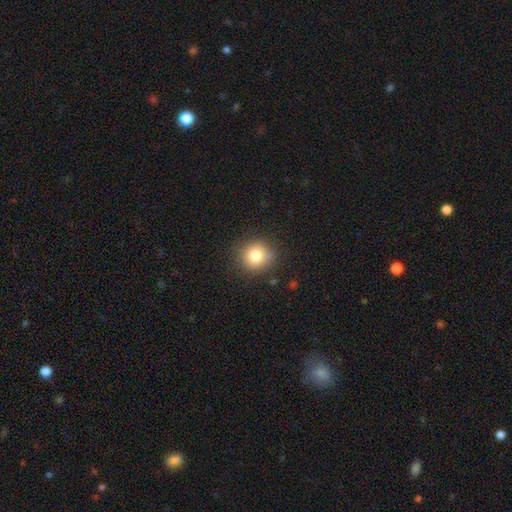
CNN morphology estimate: Smooth or featured?
  - smooth: 81% *
  - star or artifact: 11%
  - featured or disk: 8%
How rounded?
  - round: 88% *
  - in between: 11%
  - cigar-shaped: 1%
Merging?
  - none: 84% *
  - minor disturbance: 11%
  - major disturbance: 3%
  - merger: 1%